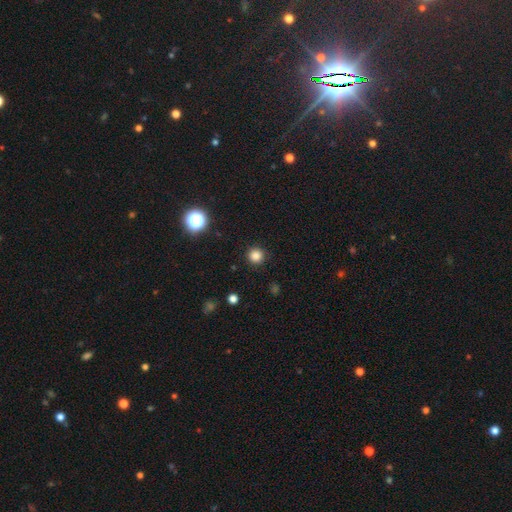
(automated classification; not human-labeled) smooth-or-featured: smooth: 83% | star or artifact: 14% | featured or disk: 3%
  how-rounded: round: 96% | in between: 4% | cigar-shaped: 1%
  merging: none: 91% | minor disturbance: 6% | major disturbance: 2% | merger: 1%